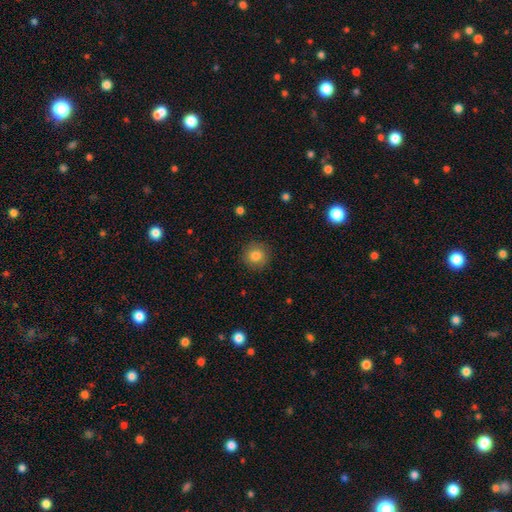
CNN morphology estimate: A smooth galaxy with no disk features (83%) that is round (92%). Merging: none (89%).